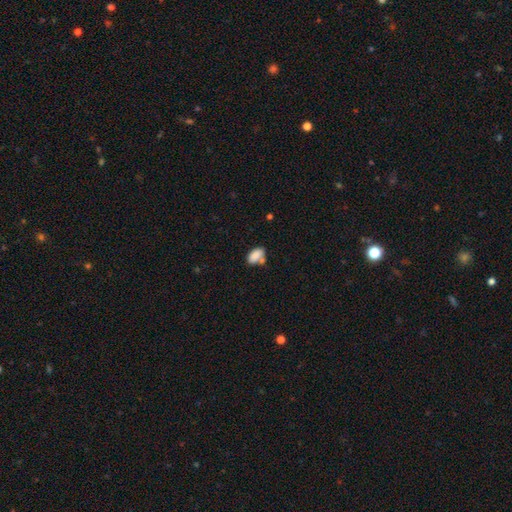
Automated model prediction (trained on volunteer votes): Smooth or featured: smooth — 85% (star or artifact — 8%)
How rounded: in between — 90% (round — 8%)
Merging: none — 54% (merger — 22%)